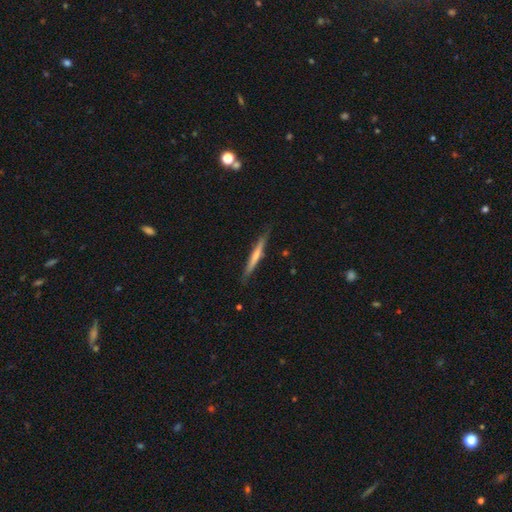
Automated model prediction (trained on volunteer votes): Q: Smooth or featured?
A: smooth (49%); runner-up: featured or disk (45%)
Q: Merging?
A: none (84%); runner-up: minor disturbance (12%)